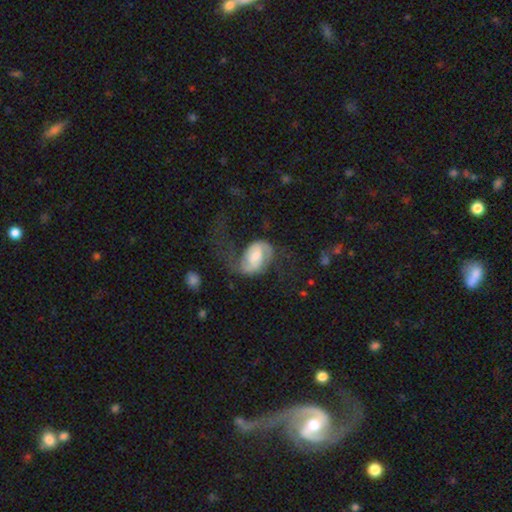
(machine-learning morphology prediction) This appears to be a featured or disk galaxy (70%) with a weak bar (47%), 2 (81%) medium (41%) spiral arms (86%) and a moderate central bulge (48%). Merging: major disturbance (42%).